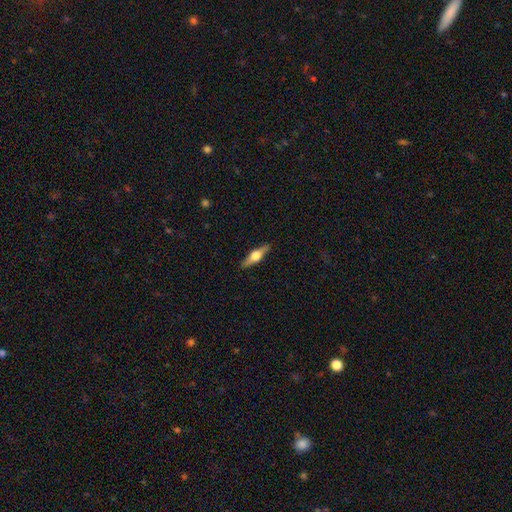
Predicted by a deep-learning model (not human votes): A featured or disk galaxy (66%) viewed edge-on (96%) with a rounded central bulge (94%). Merging: none (90%).